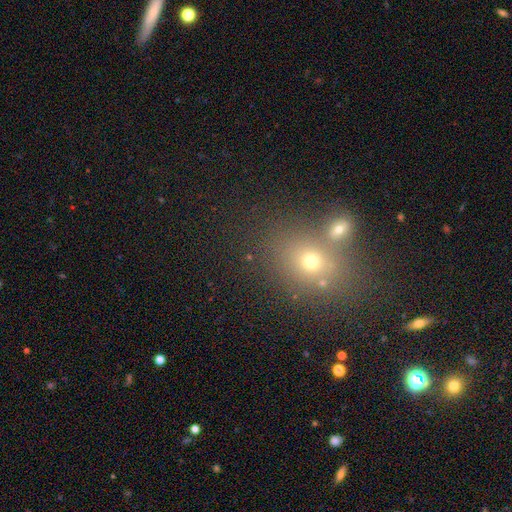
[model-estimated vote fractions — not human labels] Smooth or featured? Predicted: smooth (p=0.51). How rounded? Predicted: round (p=0.53). Merging? Predicted: none (p=0.65).